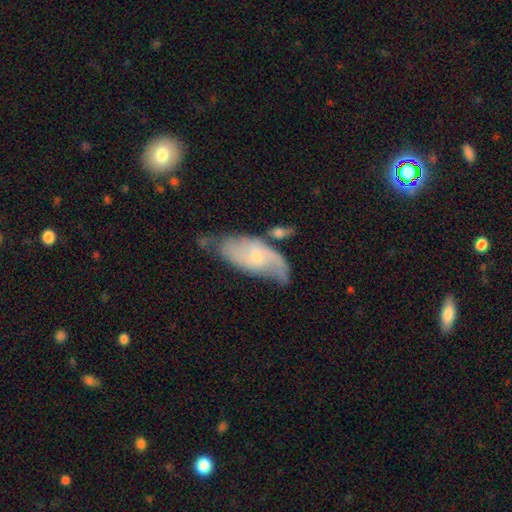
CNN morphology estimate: This appears to be a featured or disk galaxy (60%) with no bar (49%), spiral arms (82%) and a small central bulge (66%). Merging: none (44%).